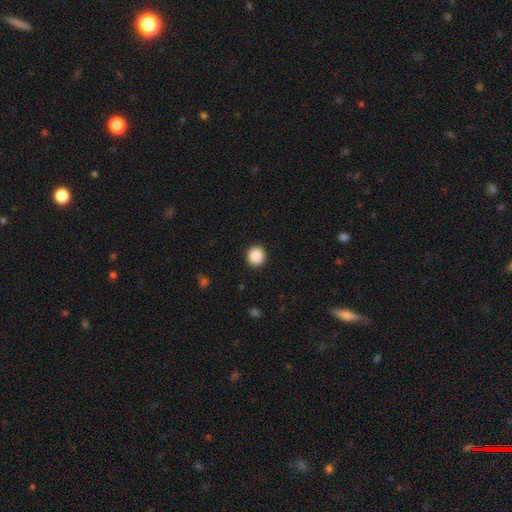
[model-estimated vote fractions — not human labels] A smooth galaxy with no disk features (89%) that is round (90%). Merging: none (92%).